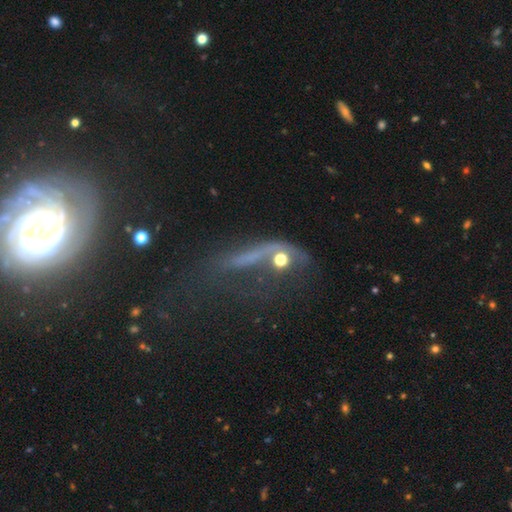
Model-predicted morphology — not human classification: Smooth or featured?
  - featured or disk: 48% *
  - star or artifact: 28%
  - smooth: 24%
Merging?
  - none: 32% *
  - major disturbance: 30%
  - merger: 22%
  - minor disturbance: 16%